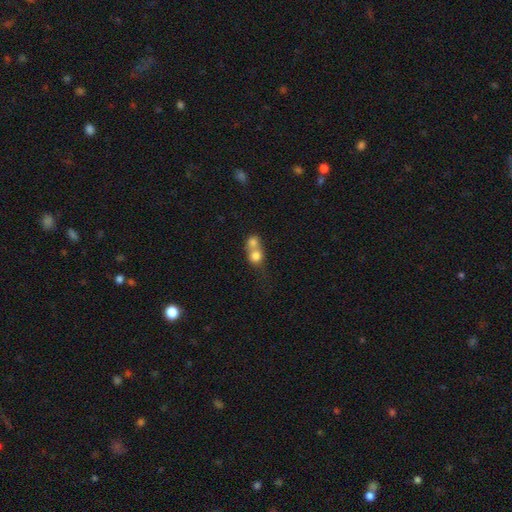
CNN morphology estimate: Q: Smooth or featured?
A: smooth (73%); runner-up: featured or disk (18%)
Q: How rounded?
A: round (73%); runner-up: in between (26%)
Q: Merging?
A: merger (75%); runner-up: none (18%)